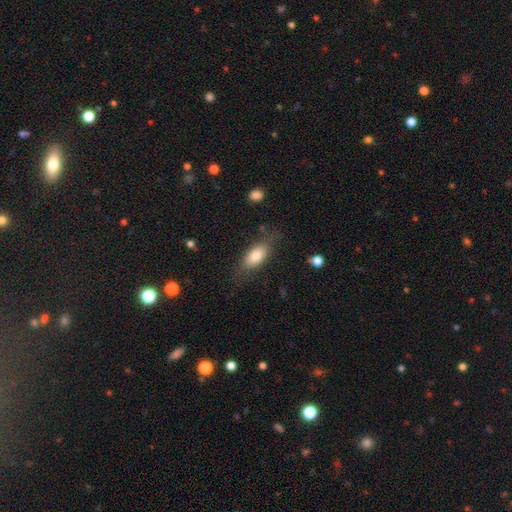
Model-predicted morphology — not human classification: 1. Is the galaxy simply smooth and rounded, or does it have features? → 78% smooth, 16% featured or disk, 7% star or artifact.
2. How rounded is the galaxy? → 80% in between, 17% cigar-shaped, 3% round.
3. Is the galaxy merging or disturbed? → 73% none, 19% minor disturbance, 7% major disturbance, 2% merger.